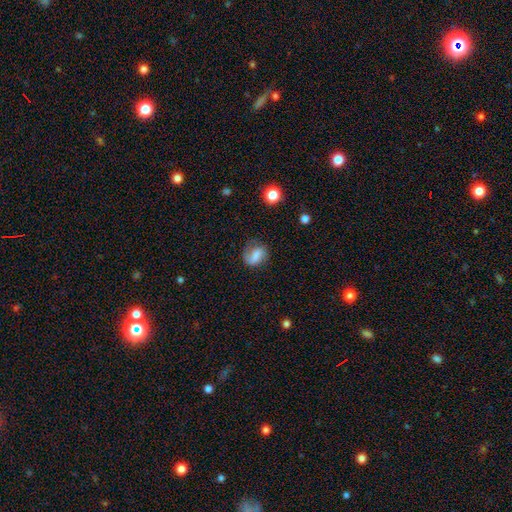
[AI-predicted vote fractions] The model was most divided on "how rounded": round: 49%, in between: 48%, cigar-shaped: 2%. More confident: merging — none (60%); smooth or featured — smooth (52%).